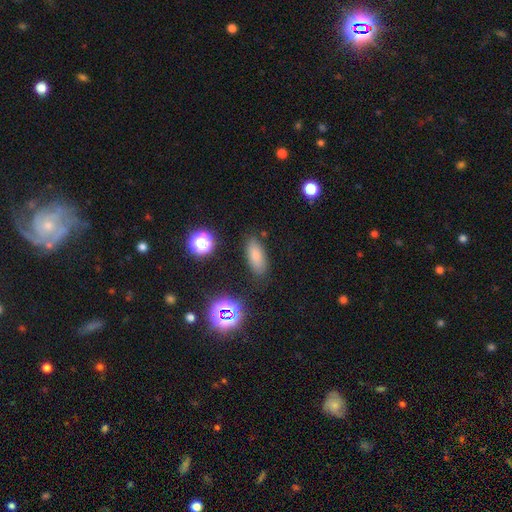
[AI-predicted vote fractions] Smooth or featured? Predicted: smooth (p=0.75). How rounded? Predicted: in between (p=0.80). Merging? Predicted: none (p=0.84).